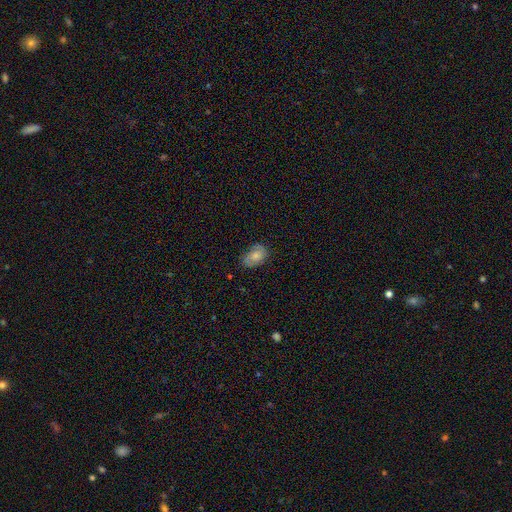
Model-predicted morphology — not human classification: Q: Smooth or featured?
A: smooth (72%); runner-up: featured or disk (20%)
Q: How rounded?
A: in between (88%); runner-up: round (11%)
Q: Merging?
A: none (70%); runner-up: minor disturbance (23%)